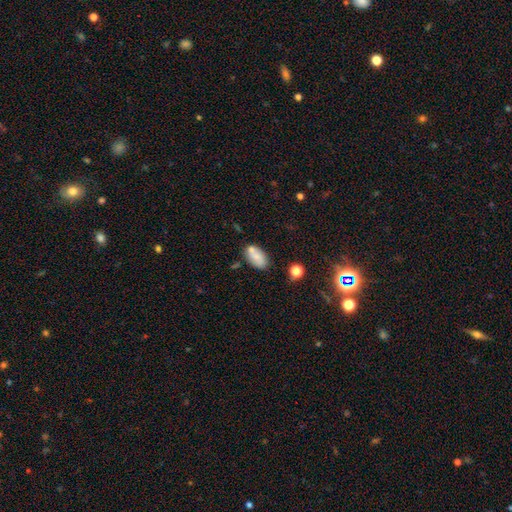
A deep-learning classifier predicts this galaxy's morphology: The model was most divided on "merging": none: 62%, minor disturbance: 17%, merger: 16%, major disturbance: 5%. More confident: how rounded — in between (91%); smooth or featured — smooth (73%).